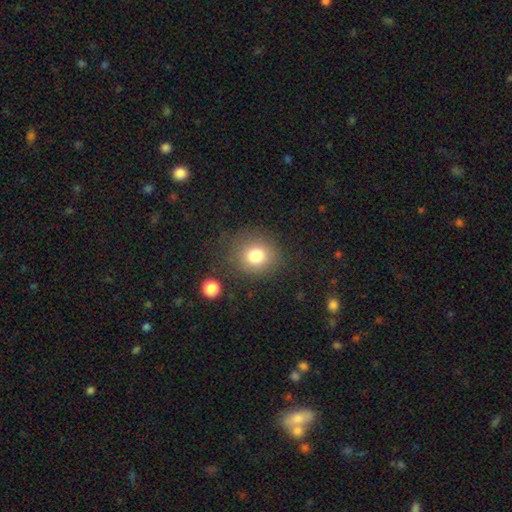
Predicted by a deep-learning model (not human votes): Overall: smooth (79%). How rounded: round (80%). Merging: none (79%).